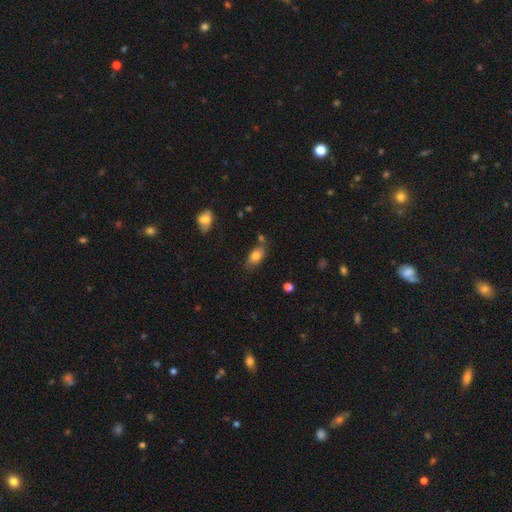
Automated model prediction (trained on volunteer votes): Q: Smooth or featured?
A: smooth (79%); runner-up: featured or disk (13%)
Q: How rounded?
A: in between (88%); runner-up: round (8%)
Q: Merging?
A: none (68%); runner-up: minor disturbance (19%)